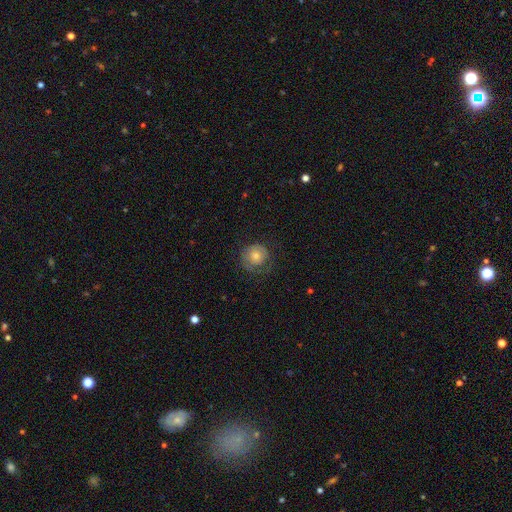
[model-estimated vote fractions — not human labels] Smooth or featured? Predicted: smooth (p=0.52). How rounded? Predicted: round (p=0.89). Merging? Predicted: none (p=0.70).